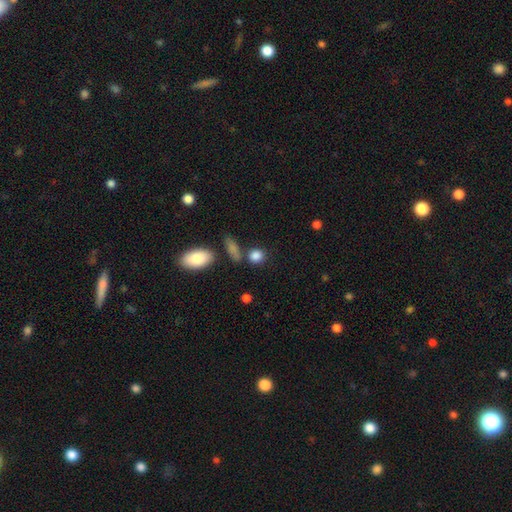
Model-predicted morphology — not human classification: A smooth galaxy with no disk features (85%) that is round (68%).

Vote fractions:
- Smooth or featured? smooth: 85% / star or artifact: 9% / featured or disk: 5%
- How rounded? round: 68% / in between: 29% / cigar-shaped: 3%
- Merging? none: 67% / merger: 15% / minor disturbance: 12% / major disturbance: 5%